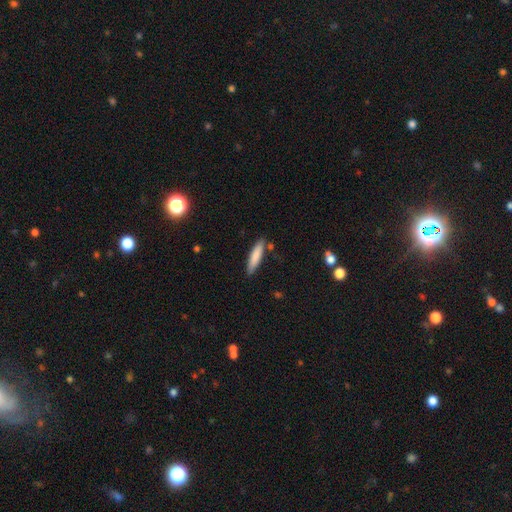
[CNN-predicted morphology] The model was most divided on "how rounded": cigar-shaped: 79%, in between: 19%, round: 1%. More confident: merging — none (82%); smooth or featured — smooth (81%).